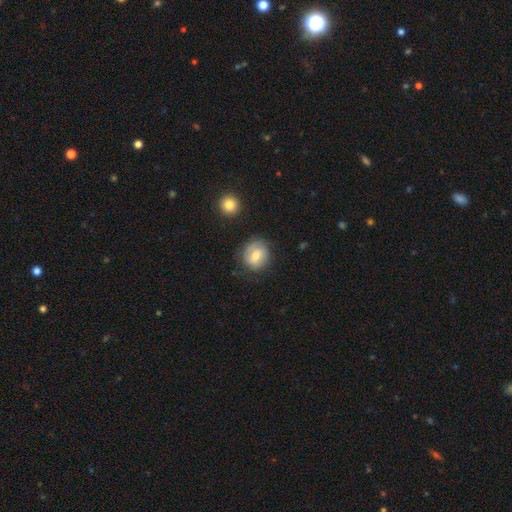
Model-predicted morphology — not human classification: Smooth or featured?
  - smooth: 64% *
  - featured or disk: 28%
  - star or artifact: 8%
How rounded?
  - round: 79% *
  - in between: 20%
  - cigar-shaped: 1%
Merging?
  - none: 72% *
  - minor disturbance: 20%
  - major disturbance: 7%
  - merger: 2%